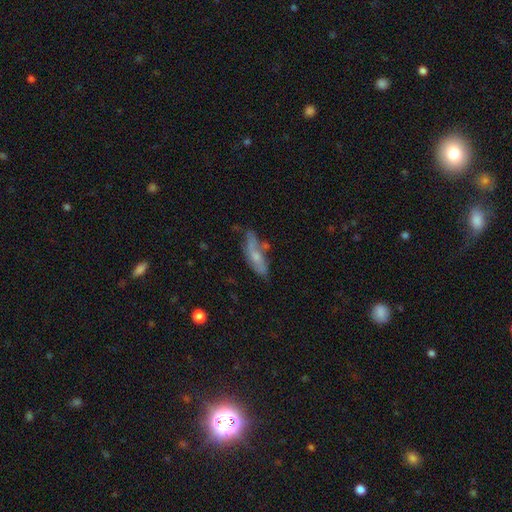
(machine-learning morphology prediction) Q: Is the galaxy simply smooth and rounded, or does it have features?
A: smooth — 48%.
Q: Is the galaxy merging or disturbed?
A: none — 46%.